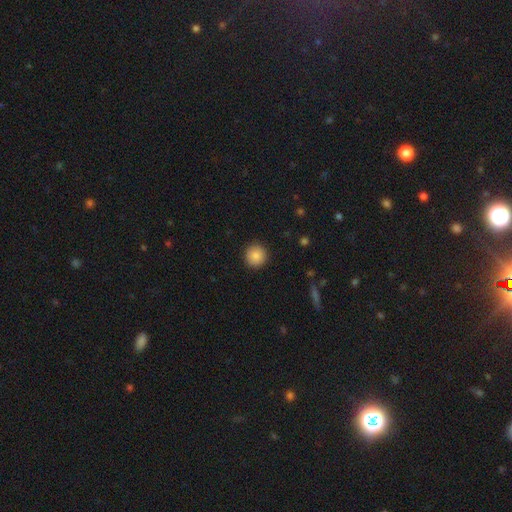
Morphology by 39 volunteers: smooth-or-featured: smooth: 90% | featured or disk: 5% | star or artifact: 5%
  how-rounded: round: 94% | in between: 6% | cigar-shaped: 0%
  merging: none: 84% | minor disturbance: 8% | merger: 5% | major disturbance: 3%